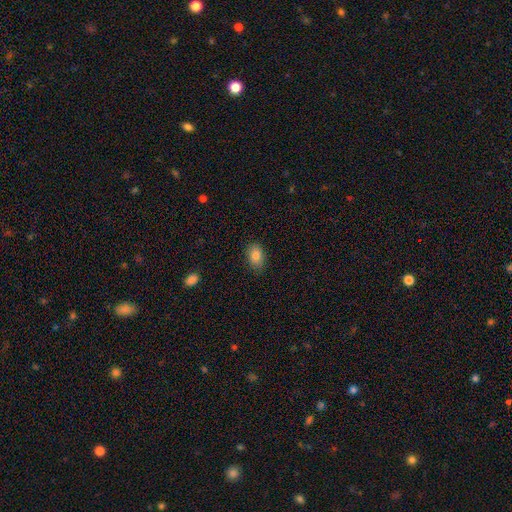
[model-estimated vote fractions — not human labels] smooth_or_featured: smooth (p=0.83) [alt: star or artifact p=0.09]
how_rounded: in between (p=0.84) [alt: round p=0.15]
merging: none (p=0.87) [alt: minor disturbance p=0.10]